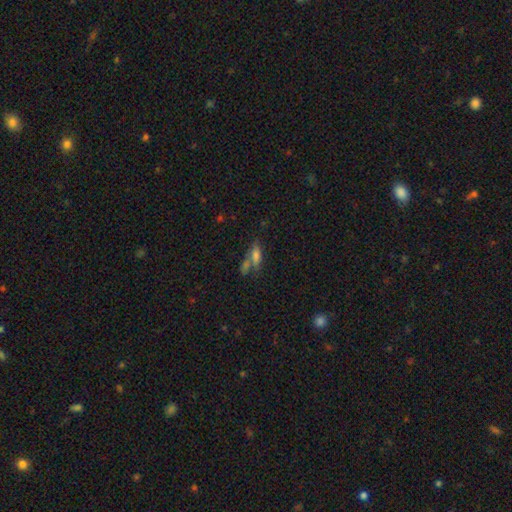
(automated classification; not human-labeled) smooth-or-featured: smooth: 68% | featured or disk: 19% | star or artifact: 13%
  how-rounded: in between: 68% | cigar-shaped: 27% | round: 4%
  merging: none: 39% (tied) | merger: 39% (tied) | minor disturbance: 14% | major disturbance: 8%